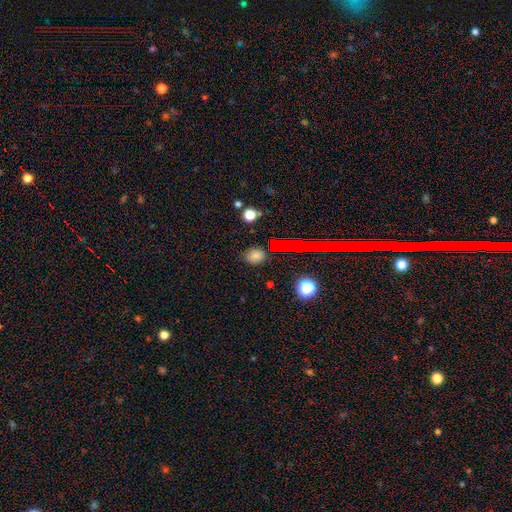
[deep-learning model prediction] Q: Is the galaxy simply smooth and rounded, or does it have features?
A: smooth — 73%.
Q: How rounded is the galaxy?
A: round — 60%.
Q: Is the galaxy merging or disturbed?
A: none — 82%.